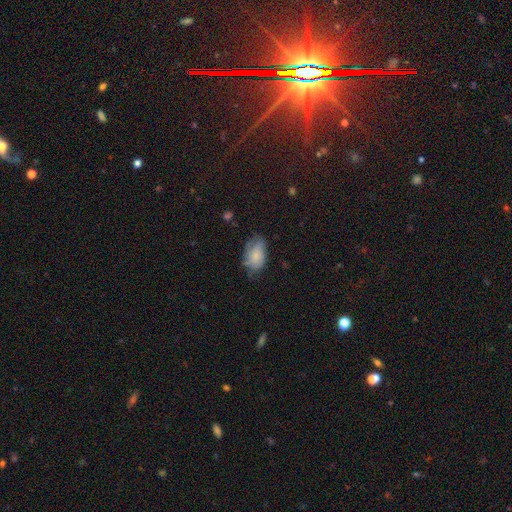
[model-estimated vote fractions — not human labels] Smooth or featured? Predicted: smooth (p=0.71). How rounded? Predicted: in between (p=0.91). Merging? Predicted: none (p=0.53).